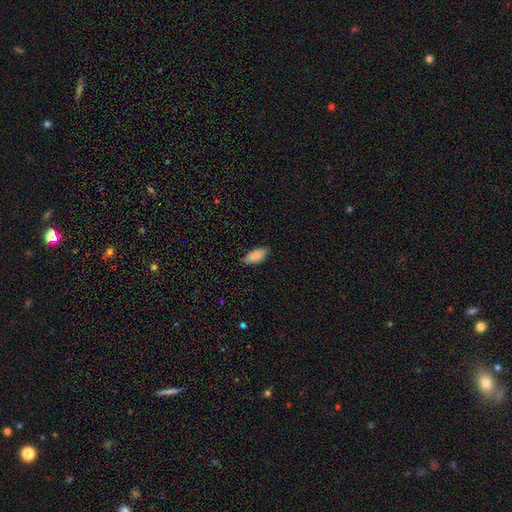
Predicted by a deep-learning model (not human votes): The model was most divided on "merging": none: 85%, minor disturbance: 12%, major disturbance: 2%, merger: 1%. More confident: how rounded — in between (90%); smooth or featured — smooth (89%).